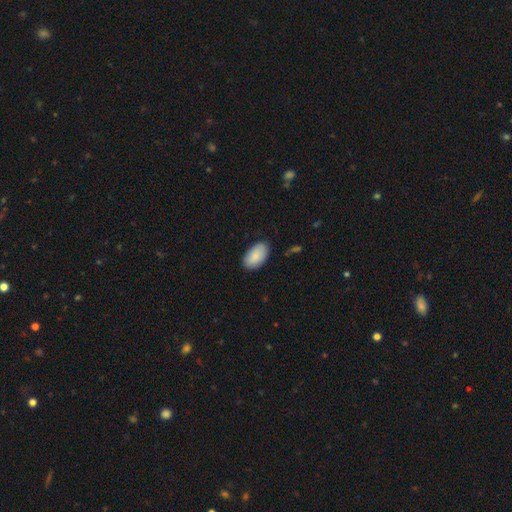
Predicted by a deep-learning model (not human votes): smooth_or_featured: smooth (p=0.86) [alt: featured or disk p=0.08]
how_rounded: in between (p=0.95) [alt: round p=0.04]
merging: none (p=0.85) [alt: minor disturbance p=0.12]